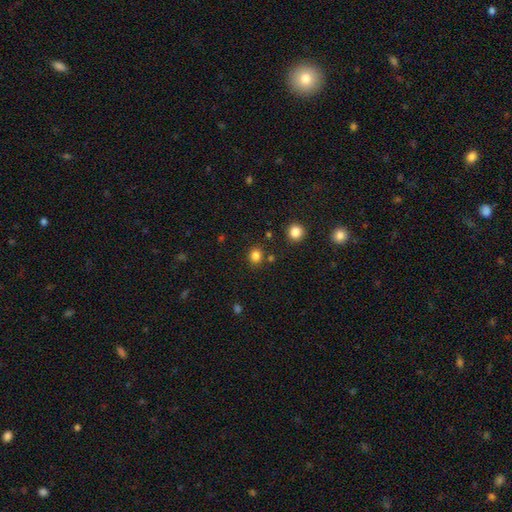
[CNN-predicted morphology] This is clearly a smooth galaxy (82%). How rounded: likely round (76%). Merging: clearly none (84%).